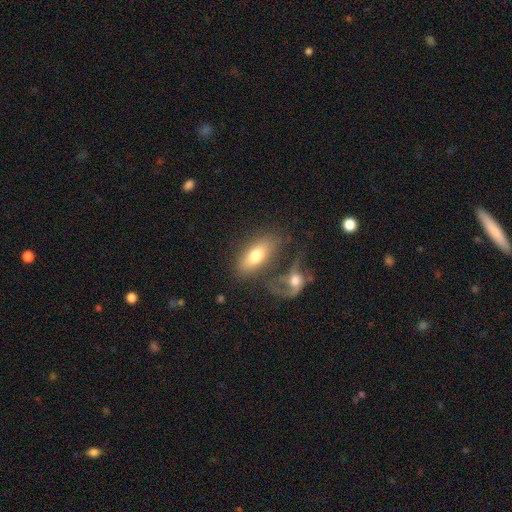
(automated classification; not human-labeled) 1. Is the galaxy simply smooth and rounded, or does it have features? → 65% smooth, 28% featured or disk, 7% star or artifact.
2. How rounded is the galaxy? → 85% in between, 10% cigar-shaped, 5% round.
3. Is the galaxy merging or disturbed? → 49% none, 27% merger, 14% minor disturbance, 10% major disturbance.